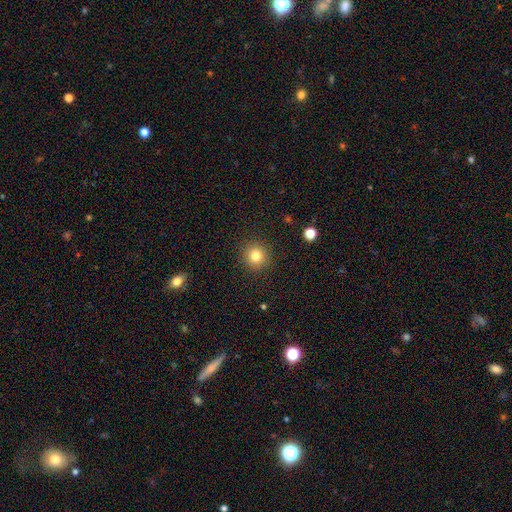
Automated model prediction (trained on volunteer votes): smooth-or-featured: smooth: 82% | star or artifact: 12% | featured or disk: 7%
  how-rounded: round: 93% | in between: 6% | cigar-shaped: 1%
  merging: none: 91% | minor disturbance: 6% | major disturbance: 2% | merger: 1%